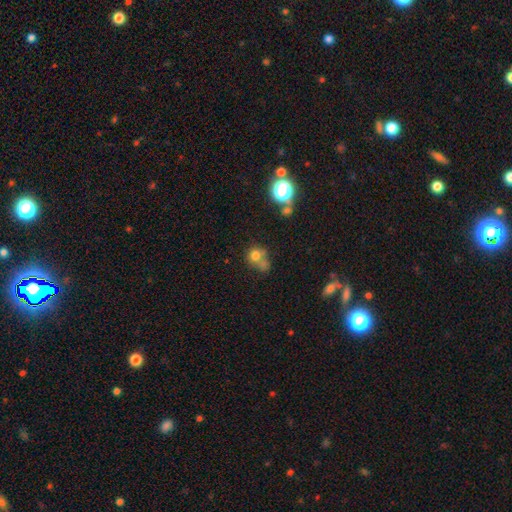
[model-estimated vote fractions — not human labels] A smooth galaxy with no disk features (71%) that is round (73%).

Vote fractions:
- Smooth or featured? smooth: 71% / star or artifact: 16% / featured or disk: 14%
- How rounded? round: 73% / in between: 26% / cigar-shaped: 1%
- Merging? merger: 38% / none: 37% / minor disturbance: 15% / major disturbance: 11%